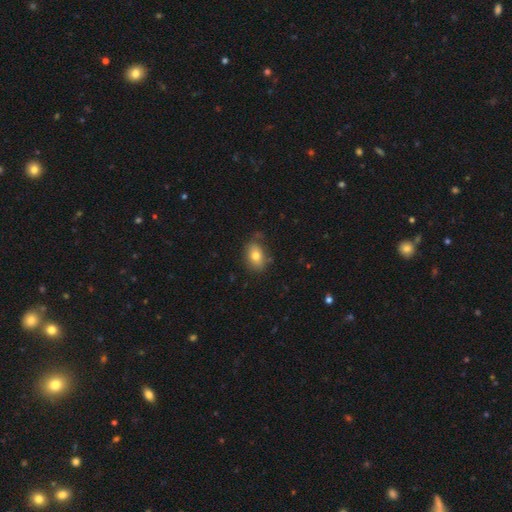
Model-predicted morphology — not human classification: Overall: smooth (75%). How rounded: in between (77%). Merging: none (66%).